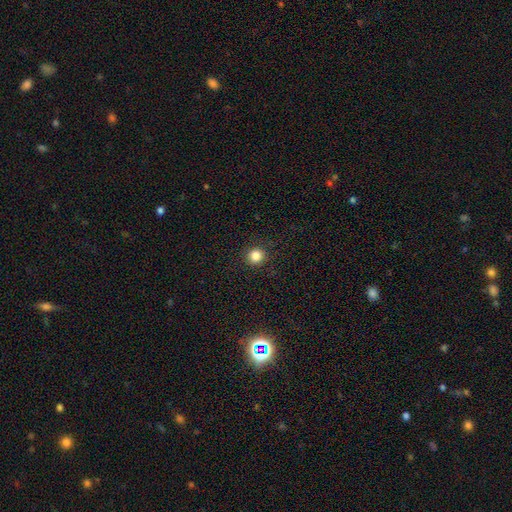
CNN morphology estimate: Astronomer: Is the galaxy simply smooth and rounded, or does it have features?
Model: smooth — 84%.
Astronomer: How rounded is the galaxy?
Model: round — 94%.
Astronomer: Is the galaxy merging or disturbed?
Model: none — 92%.